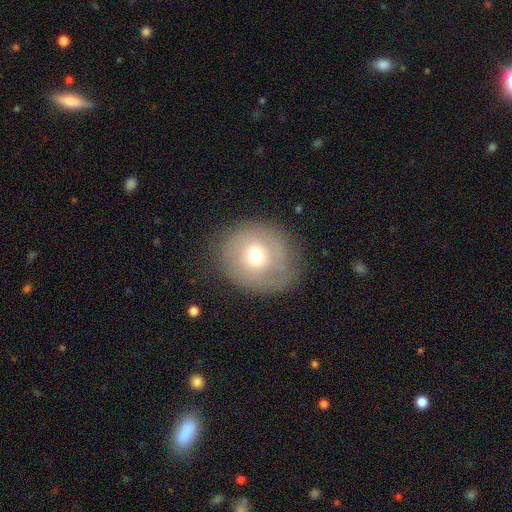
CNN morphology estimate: Smooth or featured: smooth — 59% (featured or disk — 31%)
How rounded: round — 86% (in between — 13%)
Merging: none — 74% (minor disturbance — 17%)